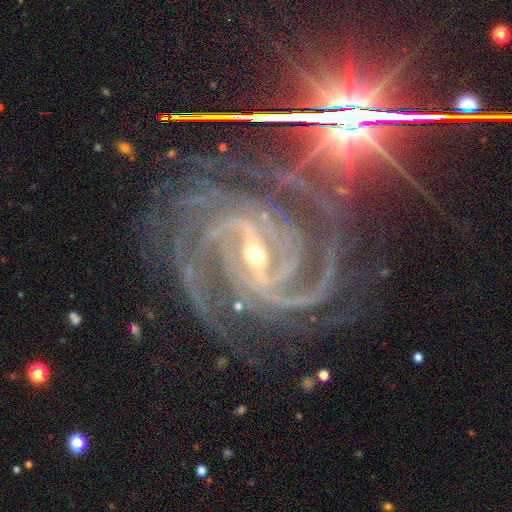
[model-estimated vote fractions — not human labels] Smooth or featured: featured or disk — 91% (star or artifact — 7%)
Edge-on disk: no — 98% (yes — 2%)
Bar: strong — 71% (weak — 22%)
Spiral arms: yes — 99% (no — 1%)
Spiral winding: tight — 47% (medium — 46%)
Spiral arm count: 2 — 28% (3 — 27%)
Bulge size: small — 63% (moderate — 34%)
Merging: none — 70% (minor disturbance — 16%)